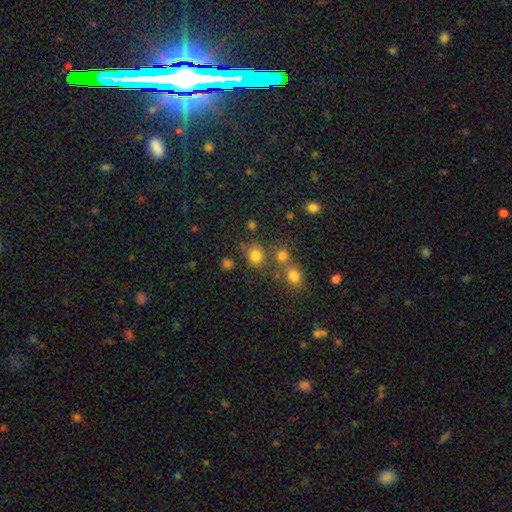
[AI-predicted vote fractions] The model was most divided on "merging": none: 59%, merger: 23%, minor disturbance: 12%, major disturbance: 6%. More confident: smooth or featured — smooth (76%); how rounded — round (68%).